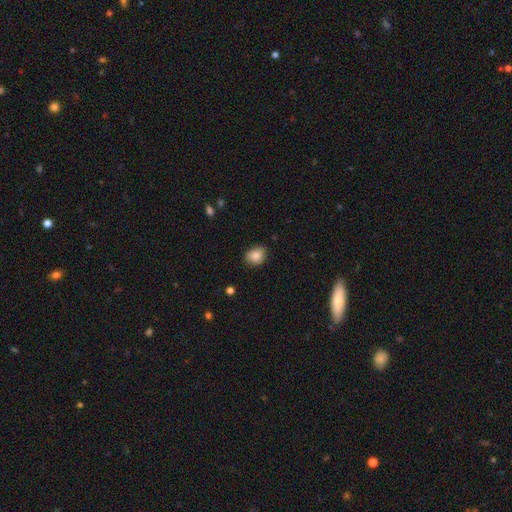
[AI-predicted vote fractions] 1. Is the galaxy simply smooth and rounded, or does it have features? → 87% smooth, 8% star or artifact, 5% featured or disk.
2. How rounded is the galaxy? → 53% round, 46% in between, 1% cigar-shaped.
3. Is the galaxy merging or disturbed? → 81% none, 15% minor disturbance, 3% major disturbance, 1% merger.